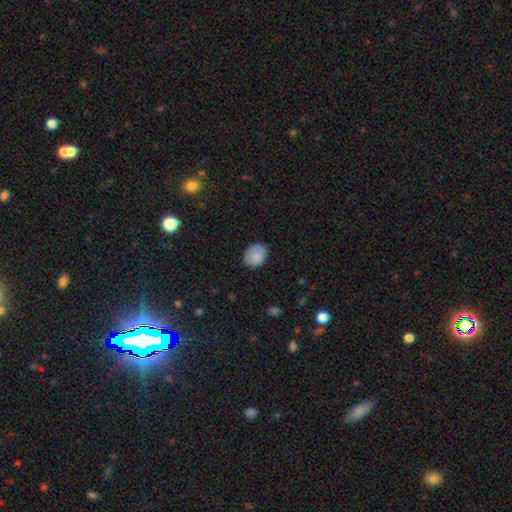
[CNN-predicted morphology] smooth-or-featured: smooth: 85% | featured or disk: 8% | star or artifact: 7%
  how-rounded: in between: 56% | round: 43% | cigar-shaped: 1%
  merging: none: 82% | minor disturbance: 15% | major disturbance: 3% | merger: 1%